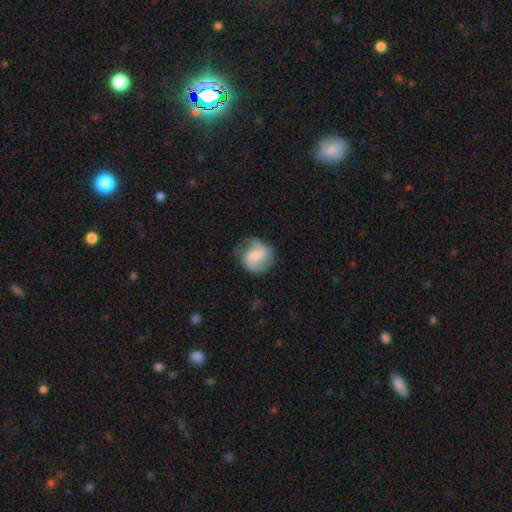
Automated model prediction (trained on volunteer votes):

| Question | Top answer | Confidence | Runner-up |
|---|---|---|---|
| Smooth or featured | featured or disk | 55% | smooth (38%) |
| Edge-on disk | no | 97% | yes (3%) |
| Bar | weak | 49% | no (30%) |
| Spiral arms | yes | 85% | no (15%) |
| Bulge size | small | 42% | moderate (40%) |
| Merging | none | 61% | minor disturbance (25%) |